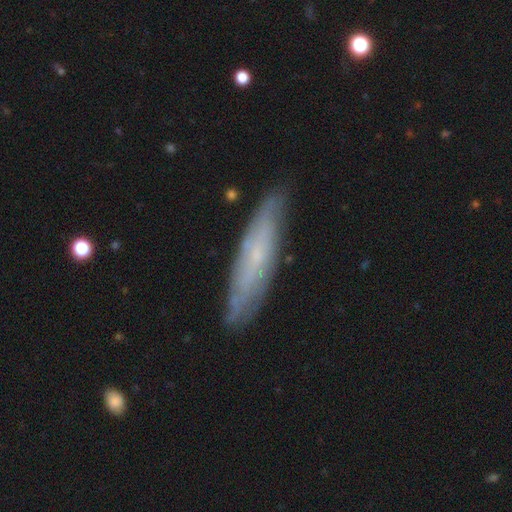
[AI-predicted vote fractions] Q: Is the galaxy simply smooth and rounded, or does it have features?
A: featured or disk — 59%.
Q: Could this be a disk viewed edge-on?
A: yes — 52%.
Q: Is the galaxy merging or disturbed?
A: none — 83%.